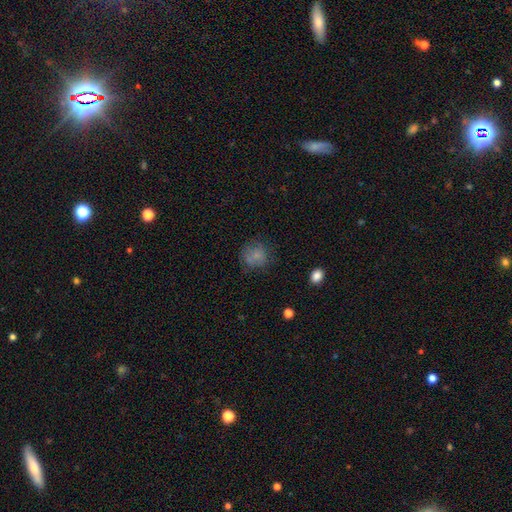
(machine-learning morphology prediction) Q: Smooth or featured?
A: smooth (74%); runner-up: featured or disk (15%)
Q: How rounded?
A: round (83%); runner-up: in between (16%)
Q: Merging?
A: none (64%); runner-up: minor disturbance (21%)